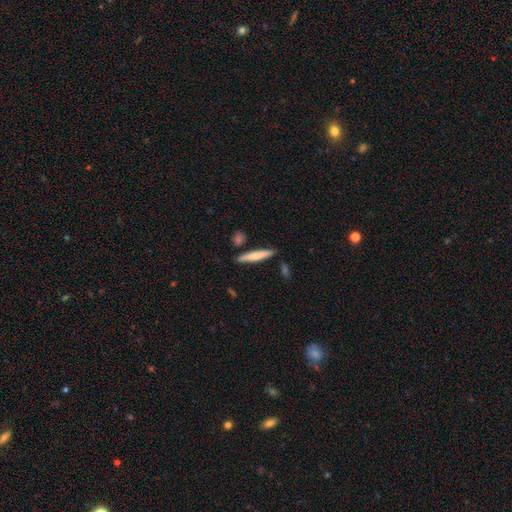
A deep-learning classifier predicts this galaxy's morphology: type=smooth (68%); roundness=cigar-shaped (92%); merging=none (85%).